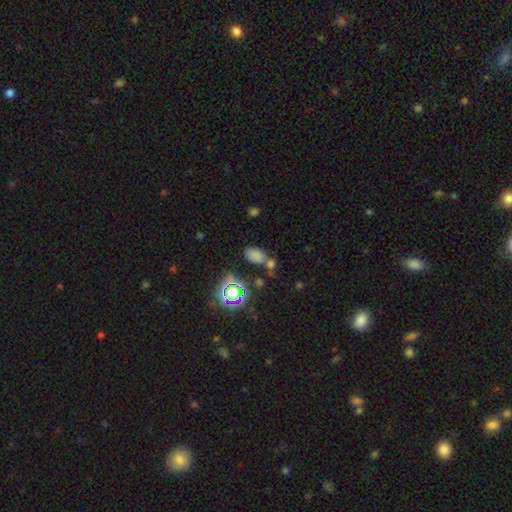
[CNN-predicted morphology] type=smooth (69%); roundness=in between (89%); merging=none (55%).